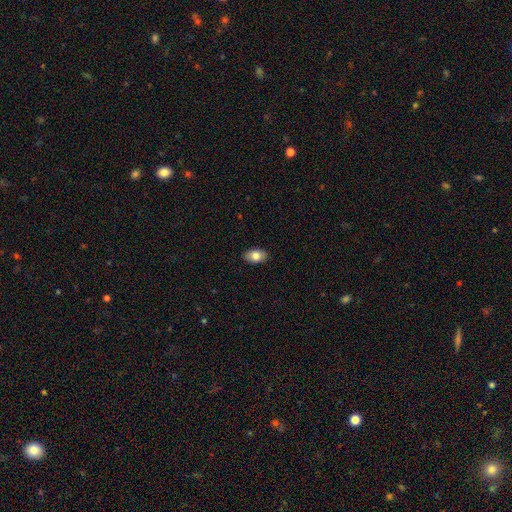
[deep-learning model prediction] Overall: smooth (81%). How rounded: in between (91%). Merging: none (90%).